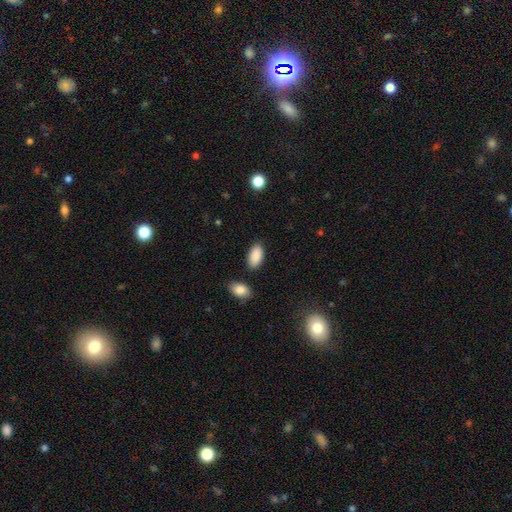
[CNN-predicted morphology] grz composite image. It shows a smooth galaxy with no disk features (90%) that is in between round and cigar-shaped (94%). Merging: none (85%).